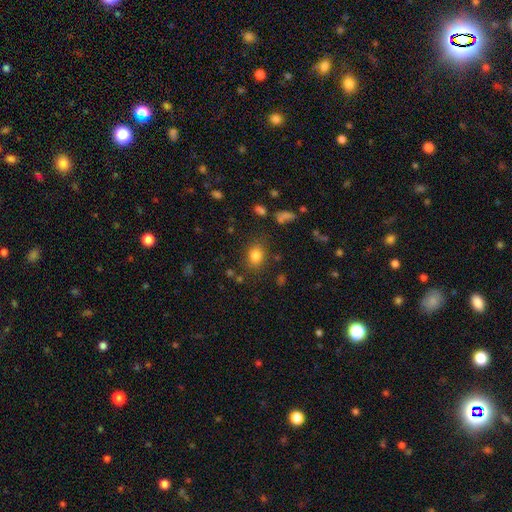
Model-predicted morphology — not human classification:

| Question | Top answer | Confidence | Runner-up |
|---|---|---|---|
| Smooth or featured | smooth | 81% | star or artifact (12%) |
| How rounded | in between | 57% | round (42%) |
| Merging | none | 80% | minor disturbance (12%) |